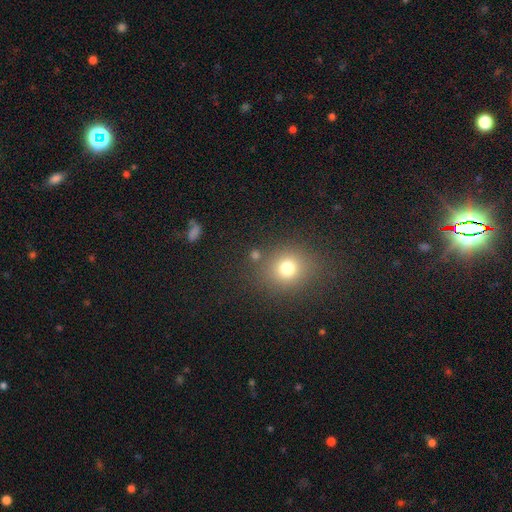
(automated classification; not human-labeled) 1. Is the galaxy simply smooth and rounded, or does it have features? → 72% smooth, 20% star or artifact, 8% featured or disk.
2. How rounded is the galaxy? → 77% round, 22% in between, 1% cigar-shaped.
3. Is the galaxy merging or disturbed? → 79% none, 10% minor disturbance, 7% merger, 4% major disturbance.